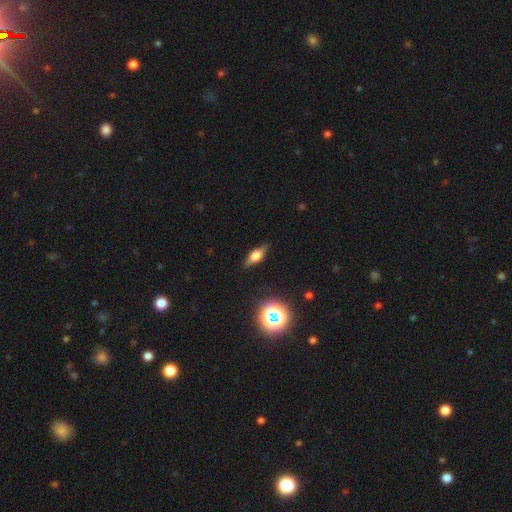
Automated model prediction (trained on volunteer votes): Smooth or featured?
  - smooth: 44% * (tied)
  - featured or disk: 44% * (tied)
  - star or artifact: 12%
Merging?
  - none: 84% *
  - minor disturbance: 12%
  - major disturbance: 3%
  - merger: 1%